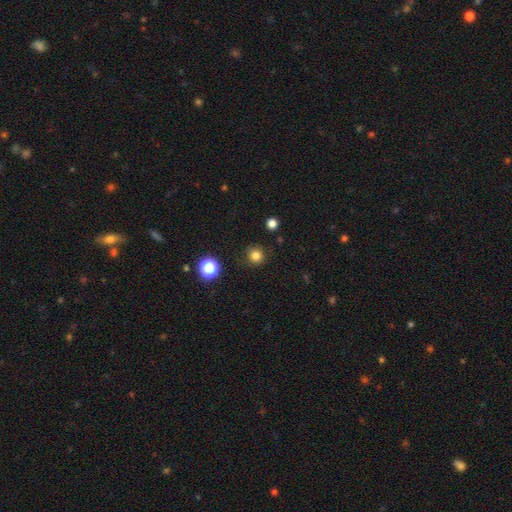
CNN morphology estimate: Smooth or featured?
  - smooth: 81% *
  - star or artifact: 14%
  - featured or disk: 4%
How rounded?
  - round: 94% *
  - in between: 6%
  - cigar-shaped: 1%
Merging?
  - none: 89% *
  - minor disturbance: 7%
  - major disturbance: 2%
  - merger: 2%